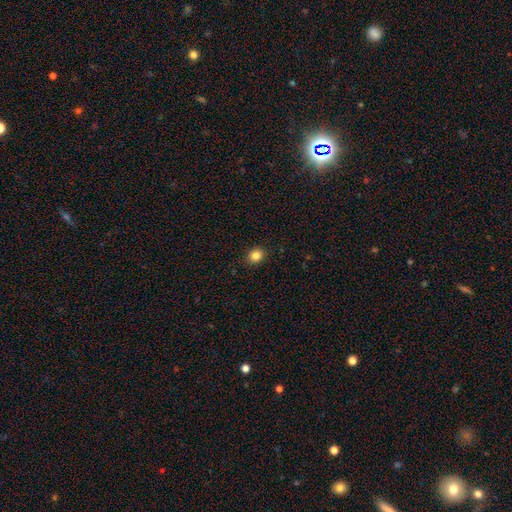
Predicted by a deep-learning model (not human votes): Smooth or featured: smooth — 85% (star or artifact — 11%)
How rounded: round — 64% (in between — 36%)
Merging: none — 90% (minor disturbance — 7%)